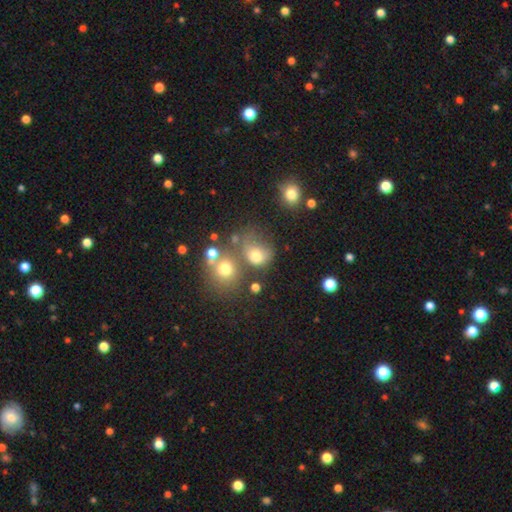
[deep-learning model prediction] Morphology: type=smooth (69%); roundness=round (61%); merging=none (35%).